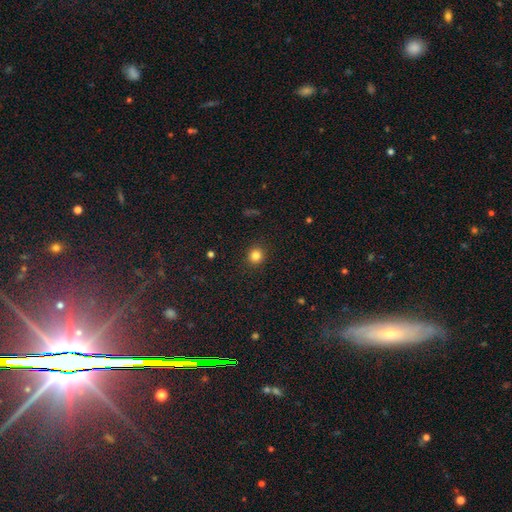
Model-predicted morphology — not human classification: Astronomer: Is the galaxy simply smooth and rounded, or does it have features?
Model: smooth — 84%.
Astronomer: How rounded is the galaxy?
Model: round — 91%.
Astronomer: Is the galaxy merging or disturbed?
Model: none — 91%.